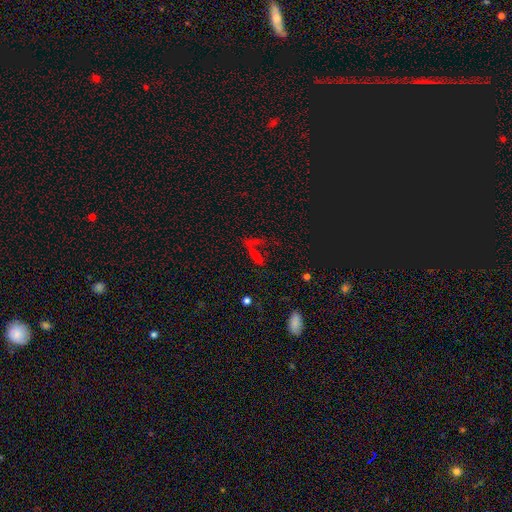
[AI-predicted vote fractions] Smooth or featured?
  - smooth: 45% *
  - star or artifact: 38%
  - featured or disk: 17%
Merging?
  - none: 47% *
  - merger: 21%
  - major disturbance: 18%
  - minor disturbance: 14%